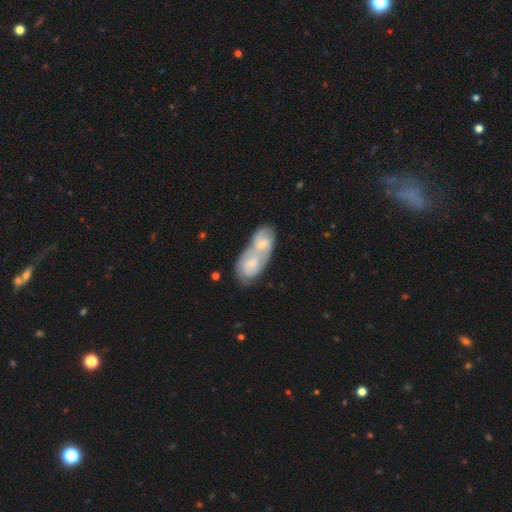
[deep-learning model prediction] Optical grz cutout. It shows a featured or disk galaxy (49%). Merging: merger (75%).